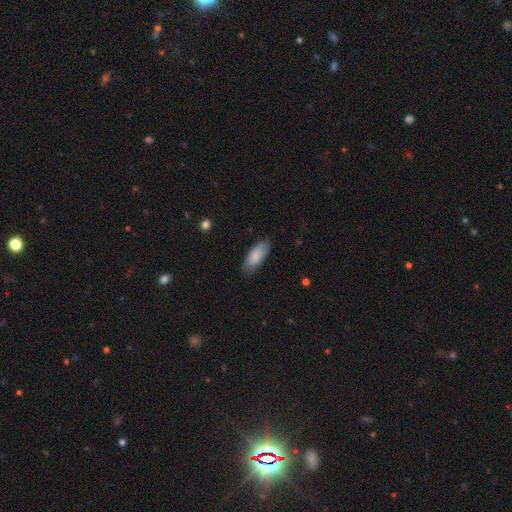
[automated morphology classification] Smooth or featured? smooth (87%)
How rounded? in between (83%)
Merging? none (82%)